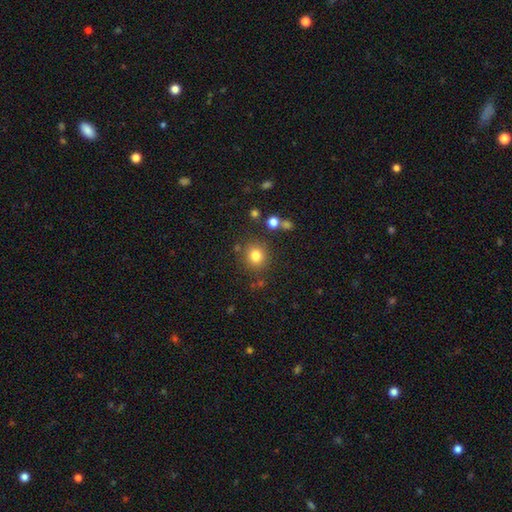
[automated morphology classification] Smooth or featured? smooth (81%)
How rounded? round (87%)
Merging? none (82%)